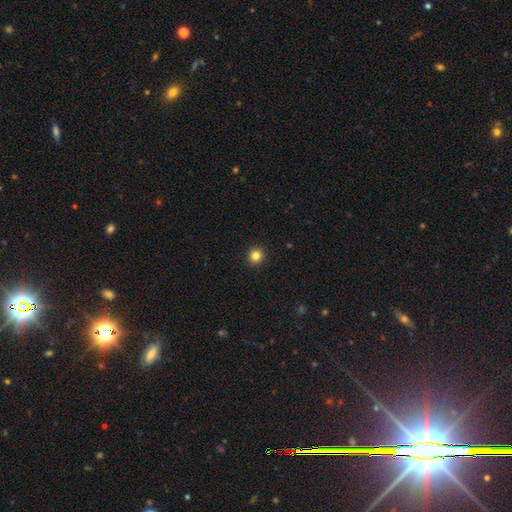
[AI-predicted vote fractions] Morphology: type=smooth (83%); roundness=round (95%); merging=none (94%).